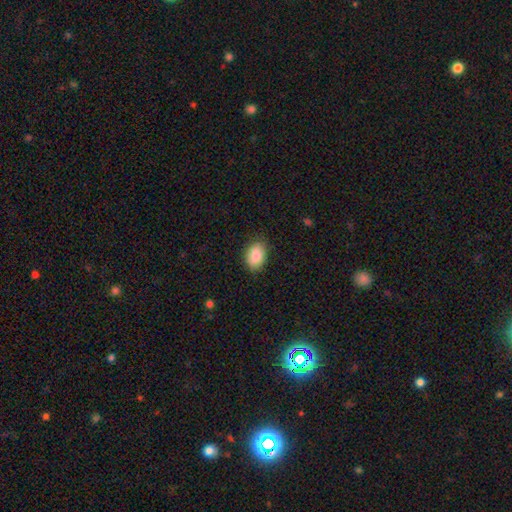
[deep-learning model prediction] Smooth or featured? smooth (88%)
How rounded? in between (86%)
Merging? none (83%)